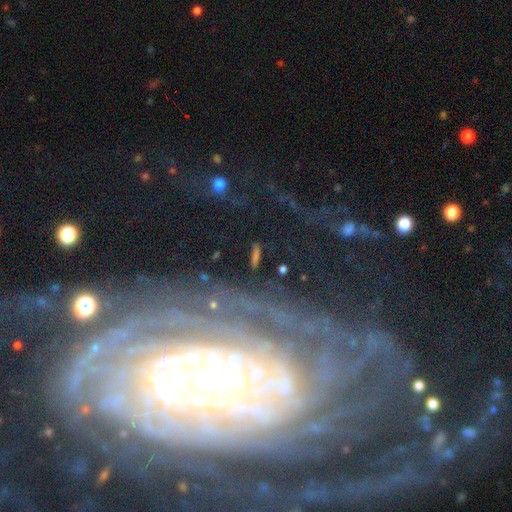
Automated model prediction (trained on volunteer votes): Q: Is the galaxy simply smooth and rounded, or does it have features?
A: featured or disk — 76%.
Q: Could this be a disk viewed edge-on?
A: no — 91%.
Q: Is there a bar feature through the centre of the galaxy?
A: no — 52%.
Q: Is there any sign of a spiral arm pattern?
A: yes — 93%.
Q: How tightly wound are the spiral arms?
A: tight — 74%.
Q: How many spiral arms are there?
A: can't tell — 30%.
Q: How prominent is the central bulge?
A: small — 46%.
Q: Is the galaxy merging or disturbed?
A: none — 73%.